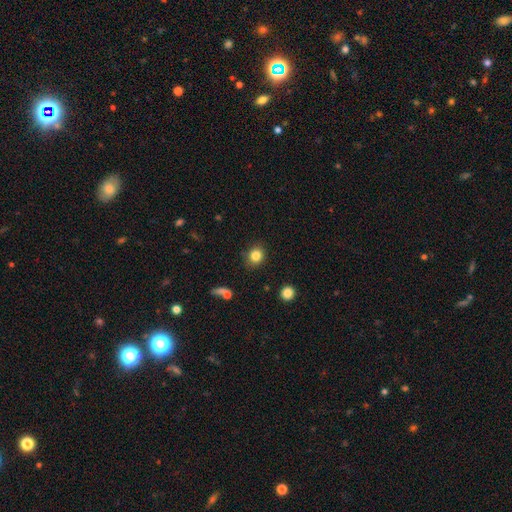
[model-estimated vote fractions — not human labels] smooth 84%, star or artifact 11%, featured or disk 6%. Down the decision tree: how rounded — round (77%); merging — none (85%).